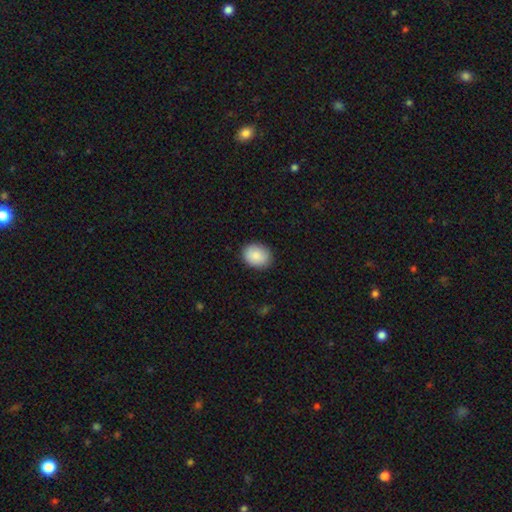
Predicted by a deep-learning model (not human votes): Smooth or featured: smooth — 88% (star or artifact — 7%)
How rounded: in between — 54% (round — 45%)
Merging: none — 88% (minor disturbance — 9%)